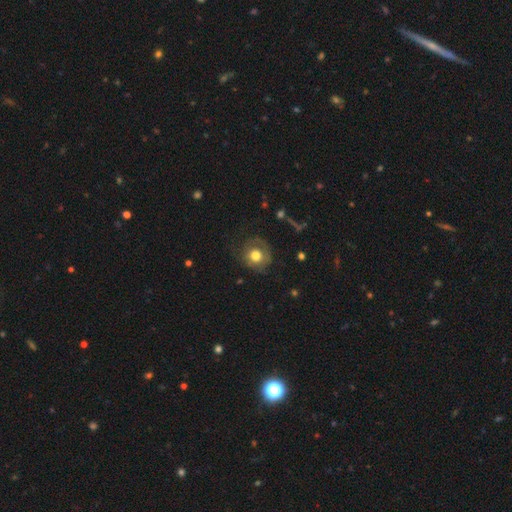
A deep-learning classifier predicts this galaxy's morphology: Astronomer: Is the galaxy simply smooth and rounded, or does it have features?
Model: smooth — 64%.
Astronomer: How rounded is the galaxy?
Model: round — 86%.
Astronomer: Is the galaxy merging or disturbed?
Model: none — 65%.